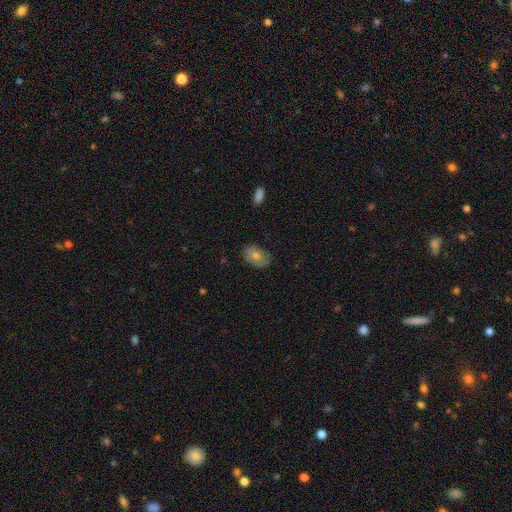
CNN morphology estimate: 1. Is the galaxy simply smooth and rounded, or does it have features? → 63% smooth, 27% featured or disk, 9% star or artifact.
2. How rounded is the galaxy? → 82% in between, 17% round, 1% cigar-shaped.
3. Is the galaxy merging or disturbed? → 80% none, 16% minor disturbance, 3% major disturbance, 1% merger.